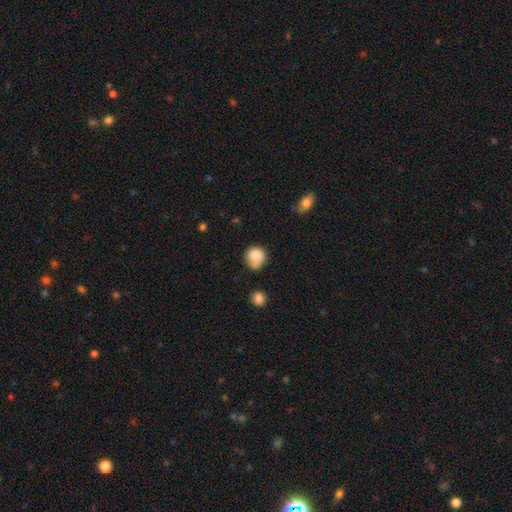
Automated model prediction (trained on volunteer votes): This is clearly a smooth galaxy (82%). How rounded: clearly round (82%). Merging: possibly none (53%).